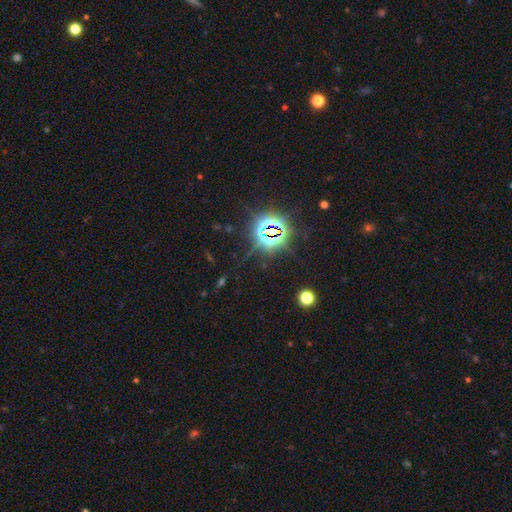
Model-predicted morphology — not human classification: Q: Smooth or featured?
A: star or artifact (83%); runner-up: smooth (10%)